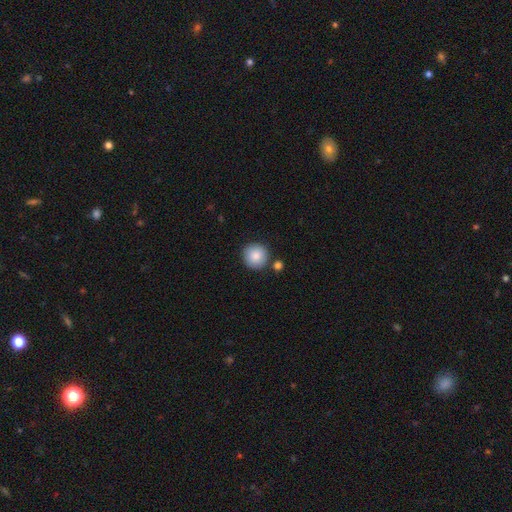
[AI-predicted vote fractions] smooth 87%, star or artifact 7%, featured or disk 6%. Down the decision tree: how rounded — round (94%); merging — none (81%).